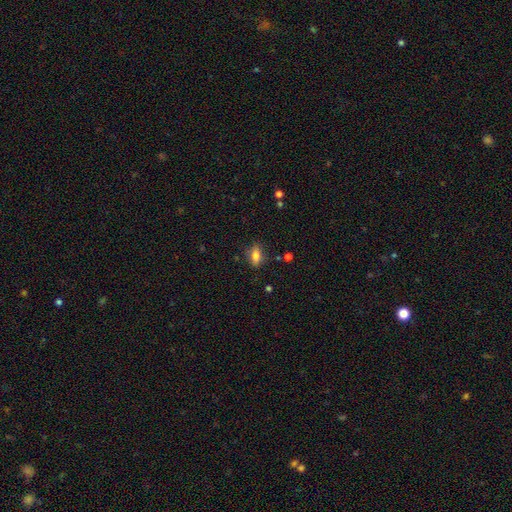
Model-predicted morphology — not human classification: Q: Smooth or featured?
A: smooth (76%); runner-up: featured or disk (14%)
Q: How rounded?
A: in between (78%); runner-up: round (12%)
Q: Merging?
A: none (78%); runner-up: minor disturbance (16%)